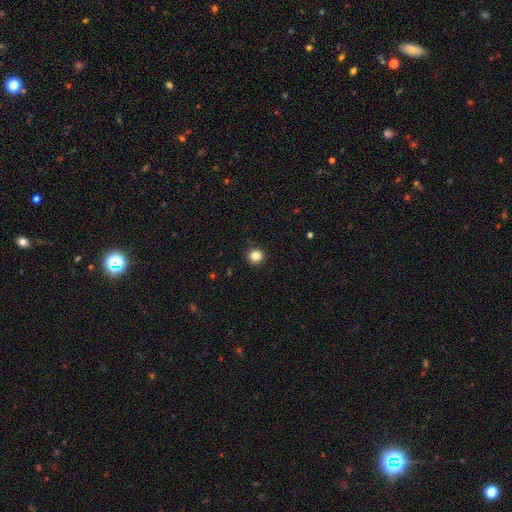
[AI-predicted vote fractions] smooth 85%, star or artifact 11%, featured or disk 4%. Down the decision tree: how rounded — round (92%); merging — none (93%).